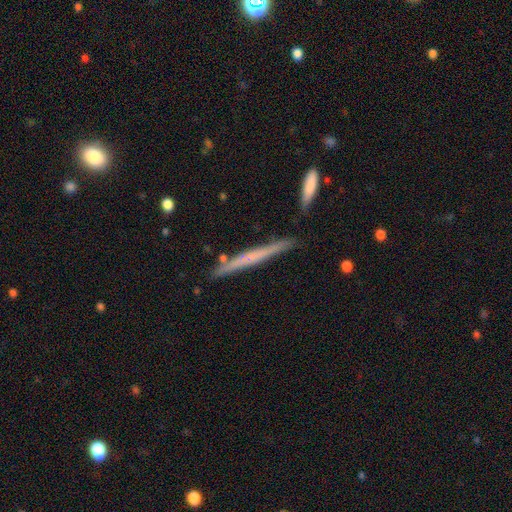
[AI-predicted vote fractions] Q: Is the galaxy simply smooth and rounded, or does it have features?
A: featured or disk — 50%.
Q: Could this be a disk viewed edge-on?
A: yes — 95%.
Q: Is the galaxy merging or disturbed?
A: none — 85%.